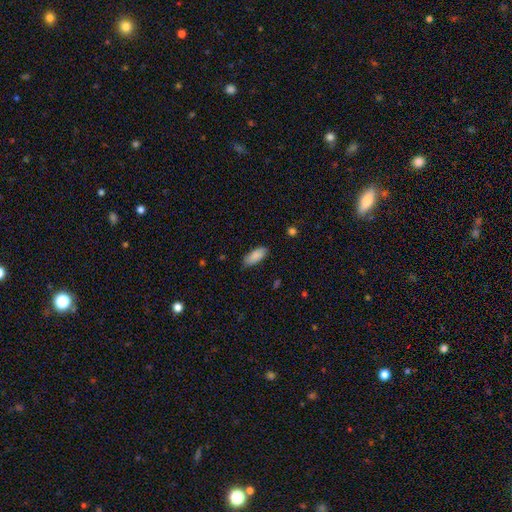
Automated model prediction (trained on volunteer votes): smooth 89%, star or artifact 6%, featured or disk 5%. Down the decision tree: how rounded — in between (84%); merging — none (85%).